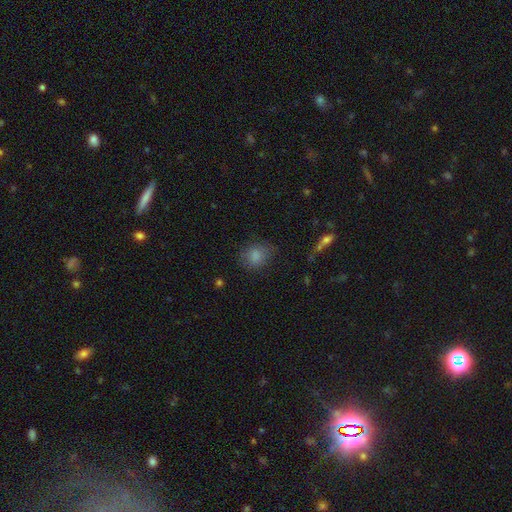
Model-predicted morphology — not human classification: A smooth galaxy with no disk features (83%) that is round (59%).

Vote fractions:
- Smooth or featured? smooth: 83% / star or artifact: 11% / featured or disk: 7%
- How rounded? round: 59% / in between: 40% / cigar-shaped: 1%
- Merging? none: 71% / minor disturbance: 20% / major disturbance: 7% / merger: 2%